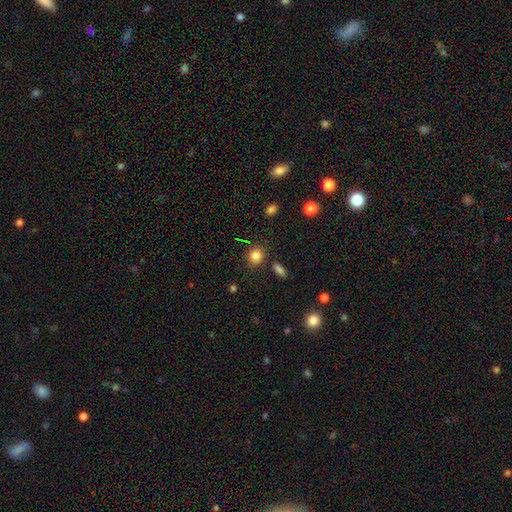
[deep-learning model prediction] Morphology: type=smooth (83%); roundness=round (78%); merging=none (83%).